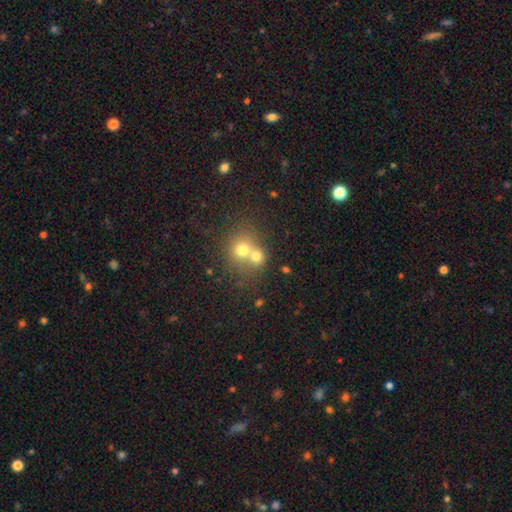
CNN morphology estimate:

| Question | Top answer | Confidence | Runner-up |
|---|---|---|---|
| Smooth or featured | smooth | 69% | featured or disk (17%) |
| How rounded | round | 75% | in between (24%) |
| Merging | merger | 61% | none (31%) |